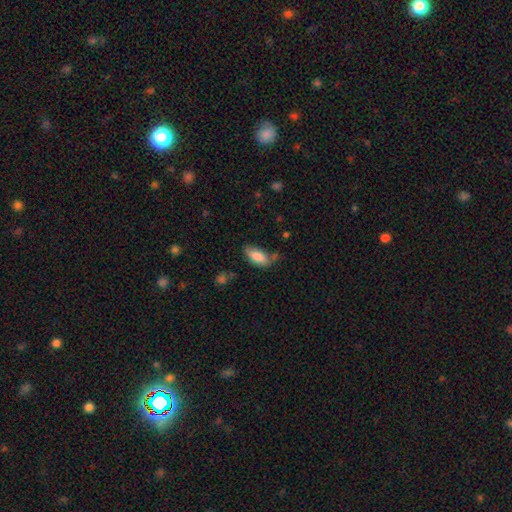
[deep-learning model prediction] Morphology: type=smooth (85%); roundness=in between (86%); merging=none (60%).